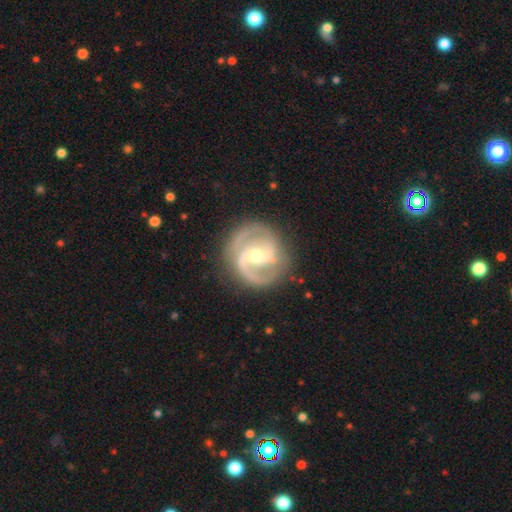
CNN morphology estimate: Smooth or featured? Predicted: featured or disk (p=0.89). Edge-on disk? Predicted: no (p=0.98). Bar? Predicted: weak (p=0.44). Spiral arms? Predicted: yes (p=0.96). Spiral winding? Predicted: medium (p=0.55). Spiral arm count? Predicted: 2 (p=0.87). Bulge size? Predicted: moderate (p=0.58). Merging? Predicted: none (p=0.81).